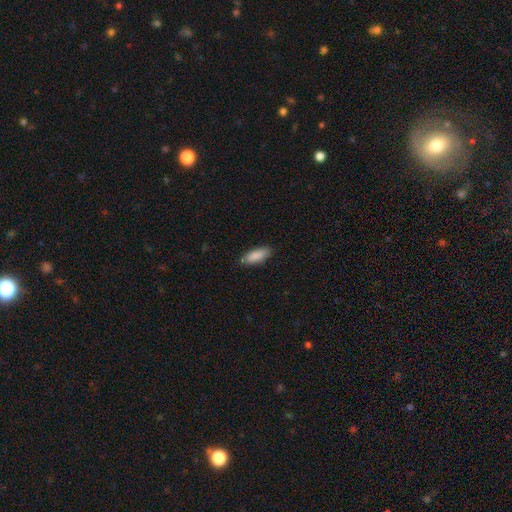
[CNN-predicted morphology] Q: Smooth or featured?
A: smooth (89%); runner-up: star or artifact (6%)
Q: How rounded?
A: in between (70%); runner-up: cigar-shaped (29%)
Q: Merging?
A: none (87%); runner-up: minor disturbance (10%)